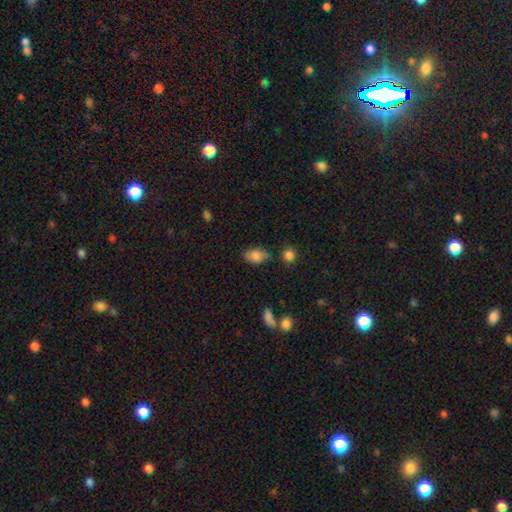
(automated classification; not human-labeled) A smooth galaxy with no disk features (84%) that is in between round and cigar-shaped (86%).

Vote fractions:
- Smooth or featured? smooth: 84% / star or artifact: 9% / featured or disk: 8%
- How rounded? in between: 86% / round: 12% / cigar-shaped: 2%
- Merging? none: 68% / minor disturbance: 22% / major disturbance: 5% / merger: 5%